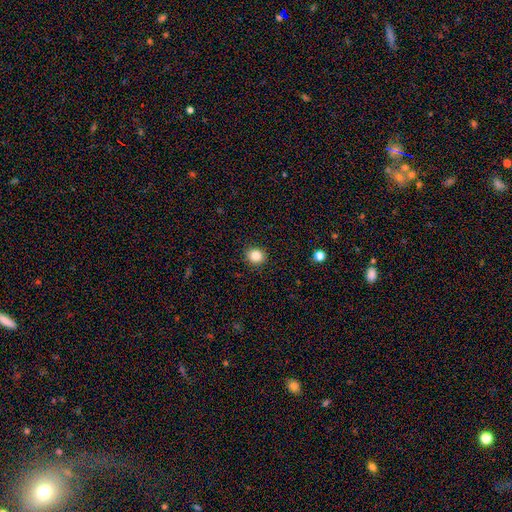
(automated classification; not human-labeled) This appears to be a smooth galaxy with no disk features (85%) that is round (81%). Merging: none (91%).